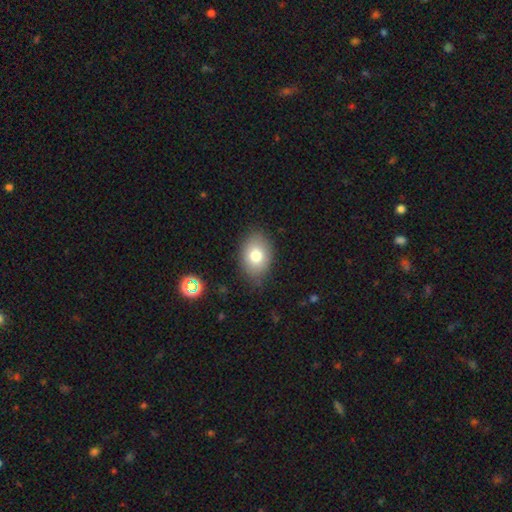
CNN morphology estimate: Smooth or featured: smooth — 77% (featured or disk — 13%)
How rounded: in between — 75% (round — 24%)
Merging: none — 80% (minor disturbance — 15%)